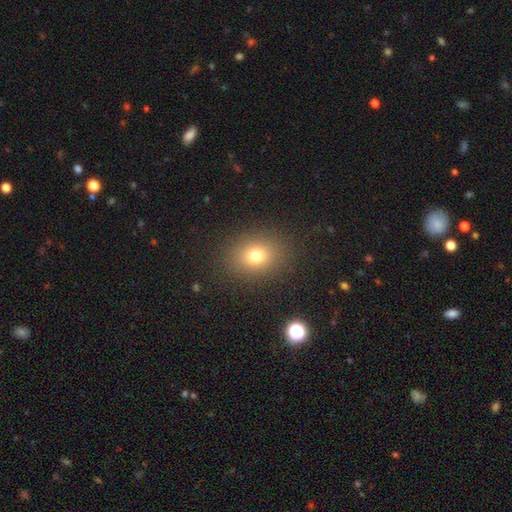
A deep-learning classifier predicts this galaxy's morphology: Overall: smooth (75%). How rounded: in between (50%; round 49%). Merging: none (87%).